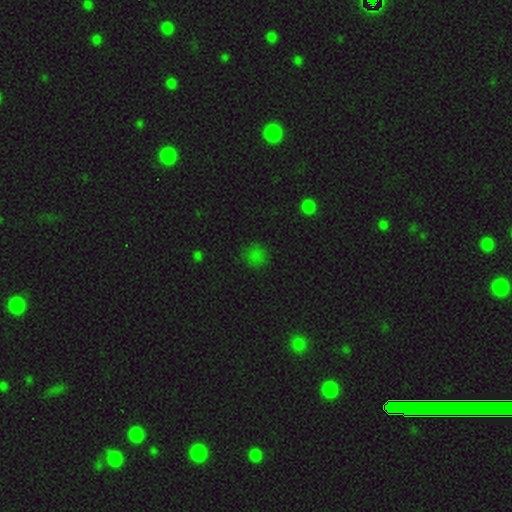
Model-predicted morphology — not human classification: smooth_or_featured: smooth (p=0.72) [alt: star or artifact p=0.22]
how_rounded: round (p=0.89) [alt: in between p=0.10]
merging: none (p=0.83) [alt: minor disturbance p=0.12]